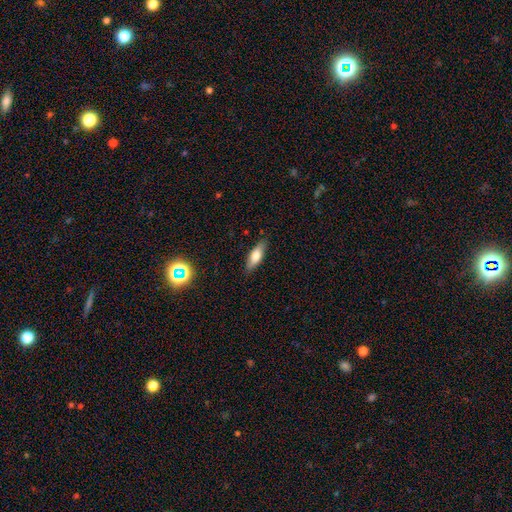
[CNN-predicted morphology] A smooth galaxy with no disk features (66%) that is in between round and cigar-shaped (56%).

Vote fractions:
- Smooth or featured? smooth: 66% / featured or disk: 26% / star or artifact: 8%
- How rounded? in between: 56% / cigar-shaped: 41% / round: 3%
- Merging? none: 85% / minor disturbance: 11% / major disturbance: 2% / merger: 1%